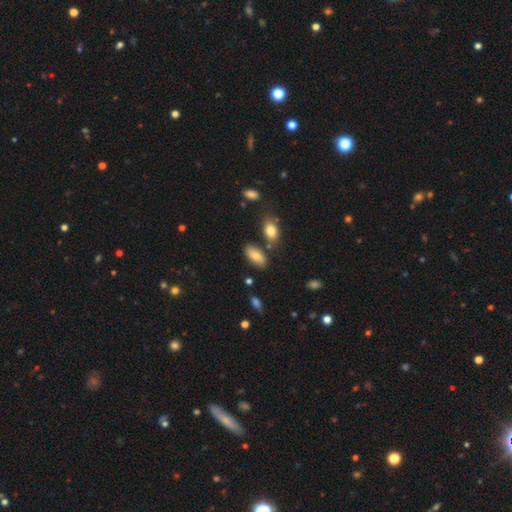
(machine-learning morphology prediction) A smooth galaxy with no disk features (77%) that is in between round and cigar-shaped (90%). Merging: none (78%).